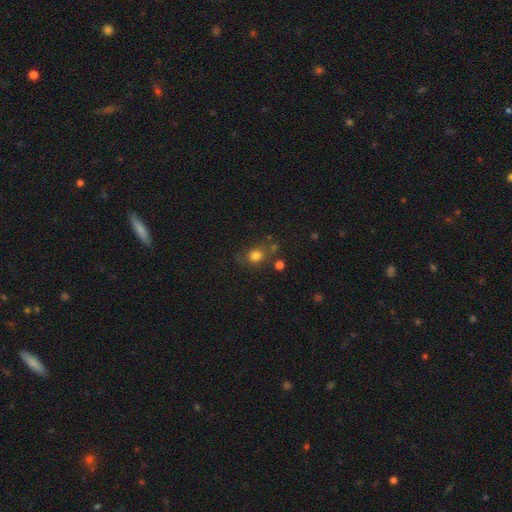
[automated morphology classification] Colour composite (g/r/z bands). It shows a smooth galaxy with no disk features (77%) that is round (69%). Merging: none (68%).